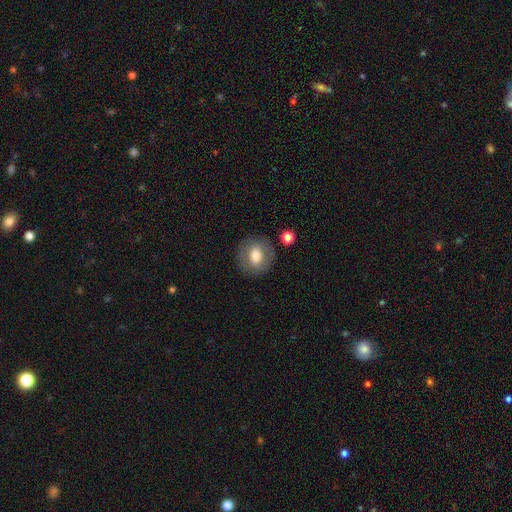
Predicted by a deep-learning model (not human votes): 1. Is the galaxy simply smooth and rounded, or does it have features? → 65% smooth, 27% featured or disk, 8% star or artifact.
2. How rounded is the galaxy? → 71% round, 28% in between, 1% cigar-shaped.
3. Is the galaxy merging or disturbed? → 83% none, 10% minor disturbance, 4% major disturbance, 2% merger.